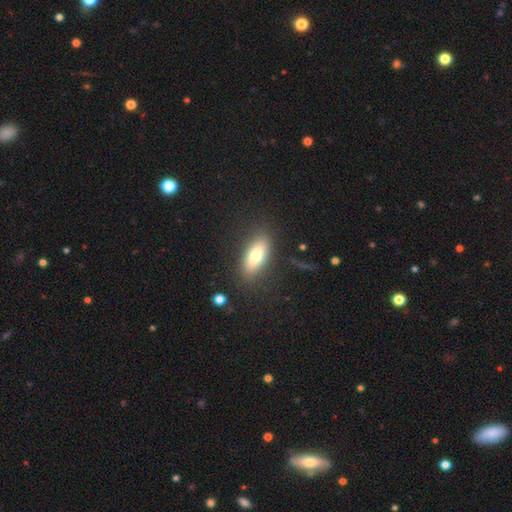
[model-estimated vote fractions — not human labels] Smooth or featured?
  - smooth: 74% *
  - featured or disk: 18%
  - star or artifact: 8%
How rounded?
  - in between: 82% *
  - cigar-shaped: 15%
  - round: 4%
Merging?
  - none: 83% *
  - minor disturbance: 11%
  - major disturbance: 5%
  - merger: 2%